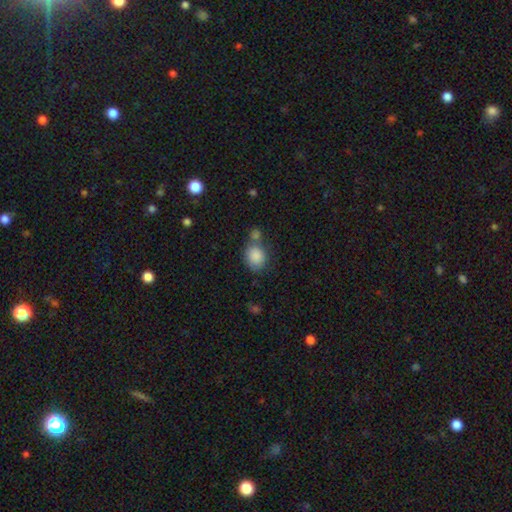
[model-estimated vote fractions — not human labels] smooth_or_featured: smooth (p=0.86) [alt: star or artifact p=0.08]
how_rounded: round (p=0.57) [alt: in between p=0.42]
merging: none (p=0.49) [alt: merger p=0.30]